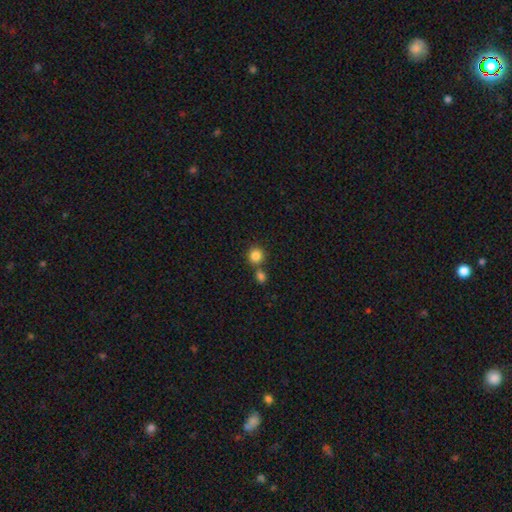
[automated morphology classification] Smooth or featured? Predicted: smooth (p=0.85). How rounded? Predicted: round (p=0.91). Merging? Predicted: none (p=0.63).